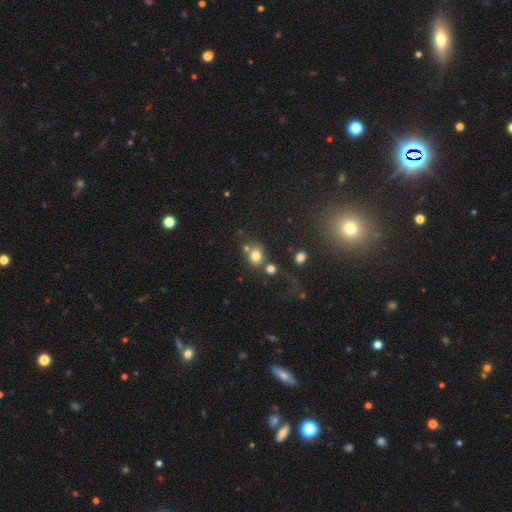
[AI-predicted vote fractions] The model was most divided on "how rounded": round: 59%, in between: 40%, cigar-shaped: 1%. More confident: smooth or featured — smooth (77%); merging — none (53%).